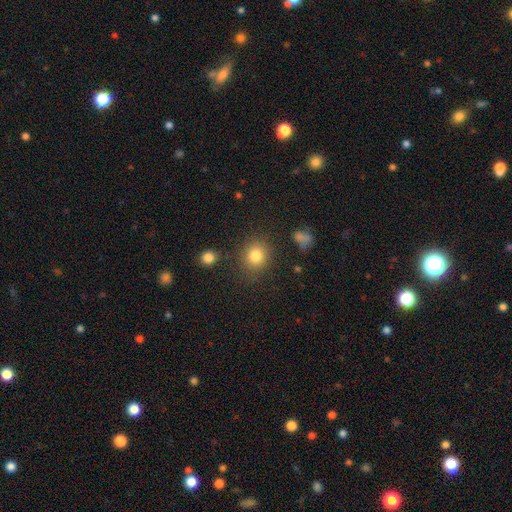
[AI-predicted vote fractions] Smooth or featured? smooth (81%)
How rounded? round (73%)
Merging? none (82%)